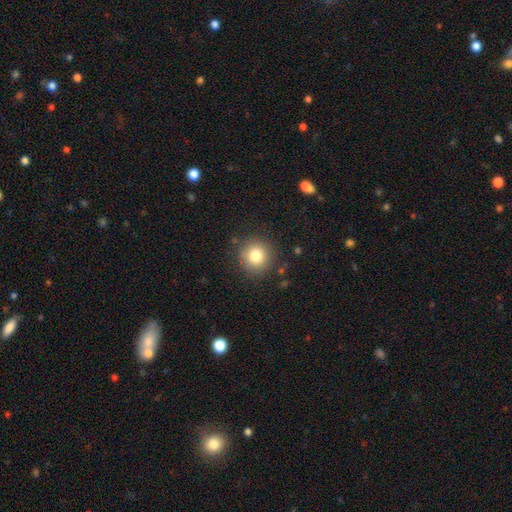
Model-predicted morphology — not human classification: Smooth or featured: smooth — 81% (star or artifact — 11%)
How rounded: round — 92% (in between — 8%)
Merging: none — 87% (minor disturbance — 9%)